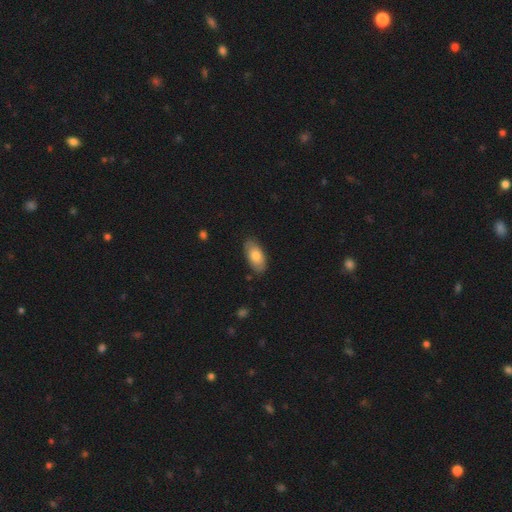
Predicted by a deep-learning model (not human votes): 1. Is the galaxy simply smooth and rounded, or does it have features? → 75% smooth, 19% featured or disk, 6% star or artifact.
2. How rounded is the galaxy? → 92% in between, 5% cigar-shaped, 3% round.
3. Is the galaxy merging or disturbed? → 84% none, 13% minor disturbance, 2% major disturbance, 1% merger.